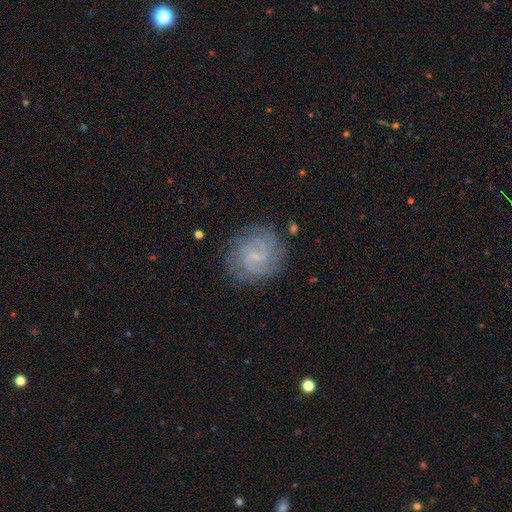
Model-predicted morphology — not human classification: Smooth or featured?
  - featured or disk: 81% *
  - smooth: 12%
  - star or artifact: 7%
Edge-on disk?
  - no: 98% *
  - yes: 2%
Bar?
  - weak: 54% *
  - no: 33%
  - strong: 13%
Spiral arms?
  - yes: 96% *
  - no: 4%
Spiral winding?
  - tight: 54% *
  - medium: 36%
  - loose: 10%
Spiral arm count?
  - 2: 51% *
  - can't tell: 21%
  - 3: 13%
  - 4: 6%
  - 1: 4%
  - more than 4: 4%
Bulge size?
  - small: 69% *
  - none: 20%
  - moderate: 9%
  - large: 1%
  - dominant: 1%
Merging?
  - none: 80% *
  - minor disturbance: 14%
  - major disturbance: 5%
  - merger: 2%